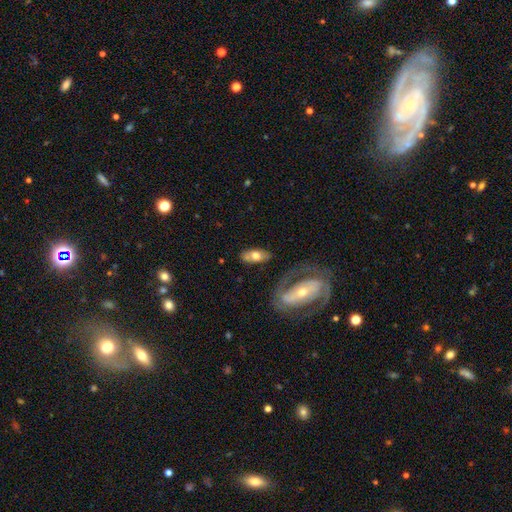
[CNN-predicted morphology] smooth 53%, featured or disk 40%, star or artifact 6%. Down the decision tree: how rounded — in between (84%); merging — none (66%).